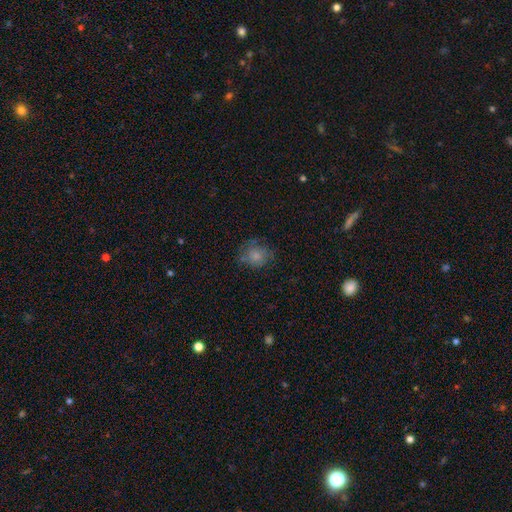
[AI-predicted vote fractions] Q: Smooth or featured?
A: smooth (73%); runner-up: featured or disk (17%)
Q: How rounded?
A: round (77%); runner-up: in between (22%)
Q: Merging?
A: none (65%); runner-up: minor disturbance (22%)